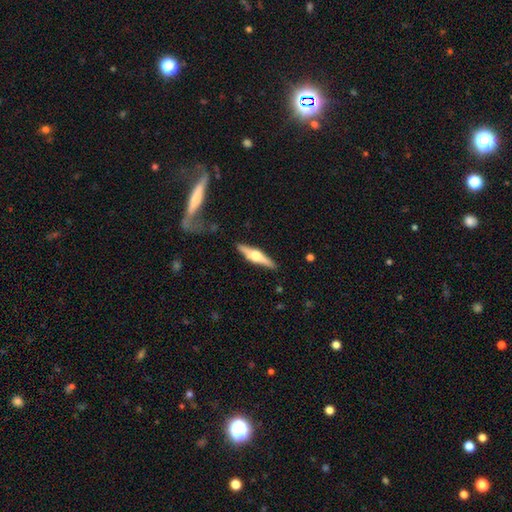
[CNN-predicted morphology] smooth-or-featured: featured or disk: 70% | smooth: 25% | star or artifact: 5%
  disk-edge-on: yes: 97% | no: 3%
    edge-on-bulge: rounded: 93% | boxy: 5% | none: 2%
  merging: none: 87% | minor disturbance: 9% | major disturbance: 2% | merger: 2%